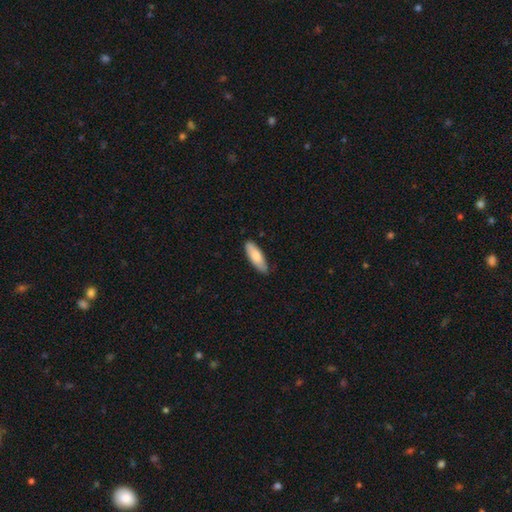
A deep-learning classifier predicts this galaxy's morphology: Smooth or featured? smooth (80%)
How rounded? in between (61%)
Merging? none (79%)